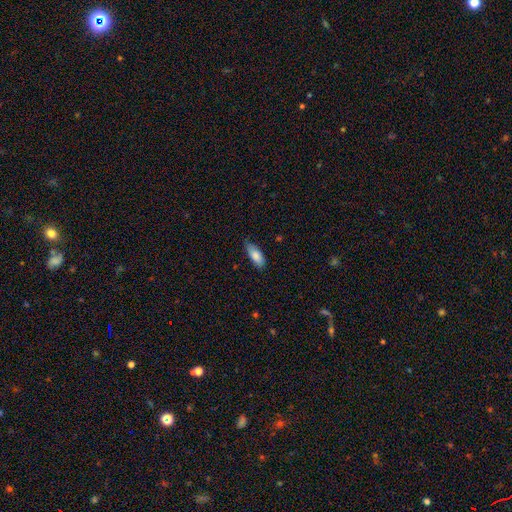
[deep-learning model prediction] The model was most divided on "merging": none: 71%, minor disturbance: 24%, major disturbance: 3%, merger: 1%. More confident: smooth or featured — smooth (84%); how rounded — in between (76%).